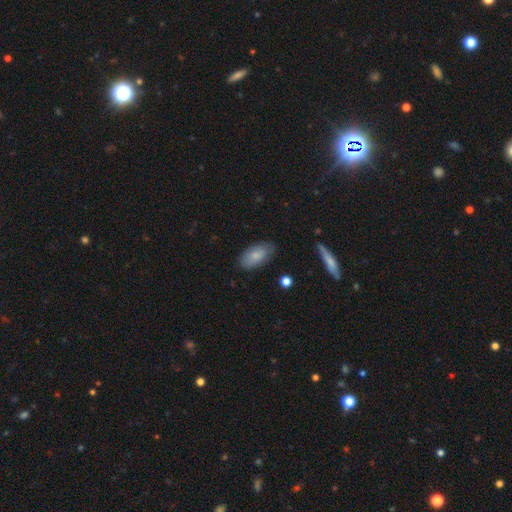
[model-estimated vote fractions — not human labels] A smooth galaxy with no disk features (80%) that is in between round and cigar-shaped (93%). Merging: none (77%).